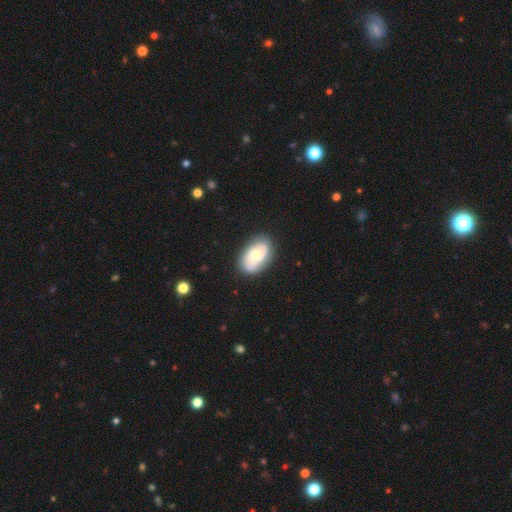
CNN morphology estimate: type=featured or disk (59%); edge-on=no (96%); bar=no (63%); spiral arms=yes (88%); winding=medium (40%); arm count=2 (67%); bulge=moderate (51%); merging=none (79%).